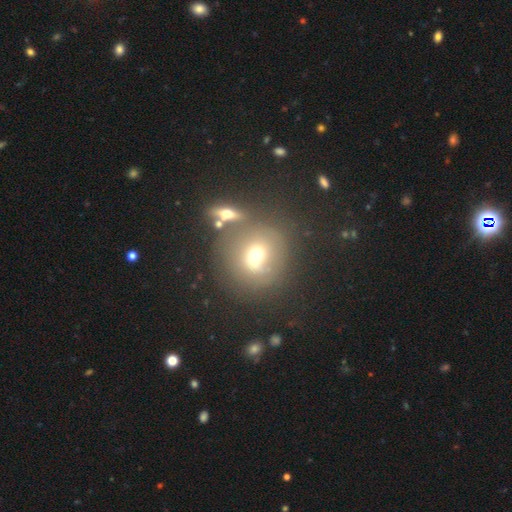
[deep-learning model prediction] smooth_or_featured: smooth (p=0.61) [alt: featured or disk p=0.24]
how_rounded: round (p=0.83) [alt: in between p=0.16]
merging: none (p=0.59) [alt: merger p=0.18]